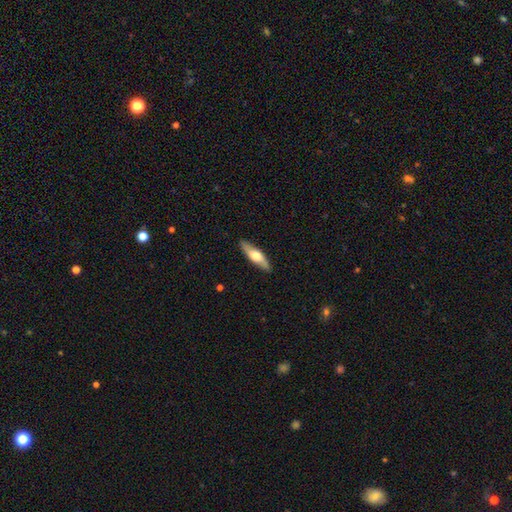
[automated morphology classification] A smooth galaxy with no disk features (48%). Merging: none (89%).